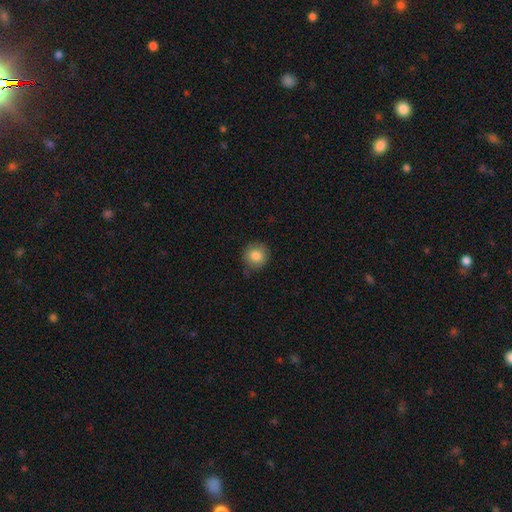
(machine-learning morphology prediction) Smooth or featured? smooth (84%)
How rounded? round (90%)
Merging? none (81%)